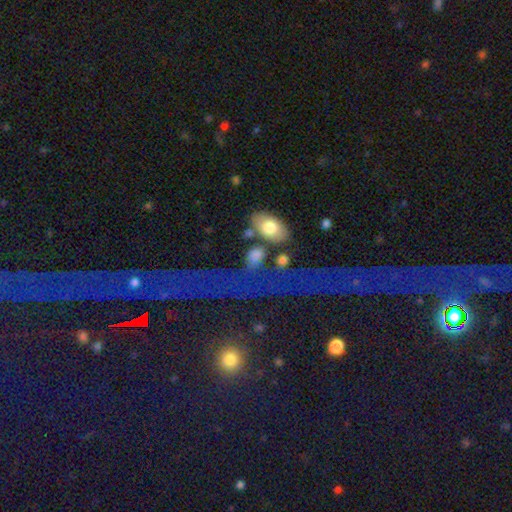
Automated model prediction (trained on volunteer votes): Q: Smooth or featured?
A: smooth (70%); runner-up: featured or disk (19%)
Q: How rounded?
A: in between (76%); runner-up: round (19%)
Q: Merging?
A: none (56%); runner-up: merger (18%)